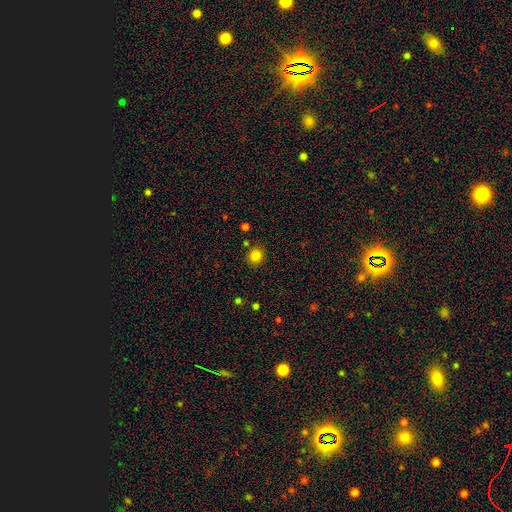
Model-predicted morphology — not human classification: This is clearly a smooth galaxy (83%). How rounded: clearly round (84%). Merging: clearly none (86%).